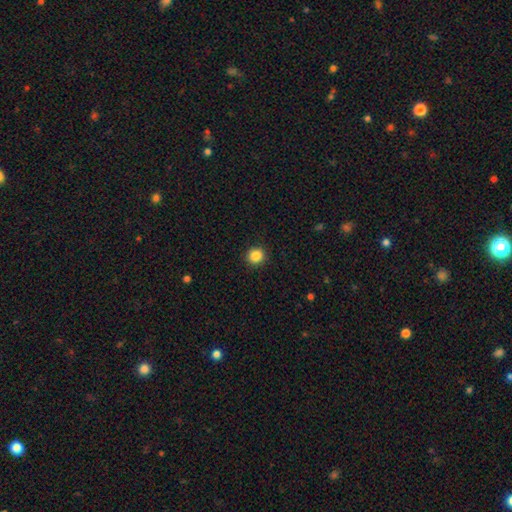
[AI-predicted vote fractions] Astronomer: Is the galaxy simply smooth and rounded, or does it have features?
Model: smooth — 87%.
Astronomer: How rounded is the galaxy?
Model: round — 91%.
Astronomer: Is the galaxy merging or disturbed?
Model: none — 92%.